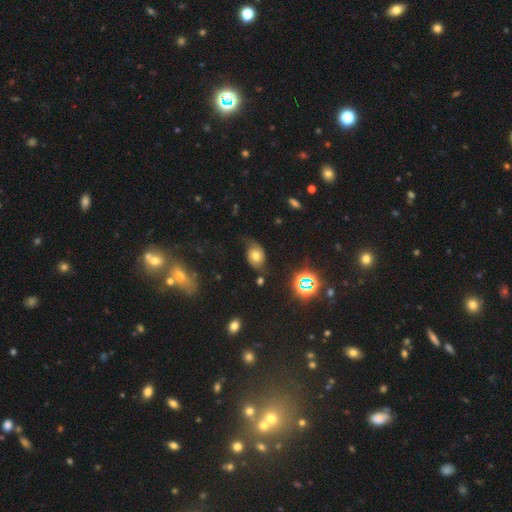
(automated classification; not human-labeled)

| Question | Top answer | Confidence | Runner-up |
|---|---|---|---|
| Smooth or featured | smooth | 51% | featured or disk (31%) |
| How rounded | in between | 72% | round (27%) |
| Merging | none | 54% | minor disturbance (29%) |